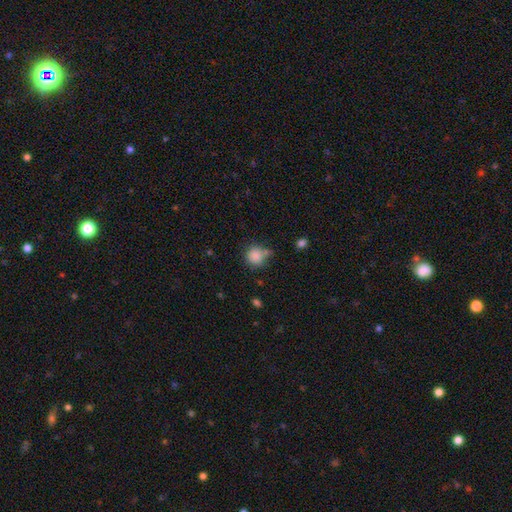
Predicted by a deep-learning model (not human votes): The model was most divided on "merging": none: 62%, minor disturbance: 19%, merger: 13%, major disturbance: 6%. More confident: how rounded — round (85%); smooth or featured — smooth (85%).